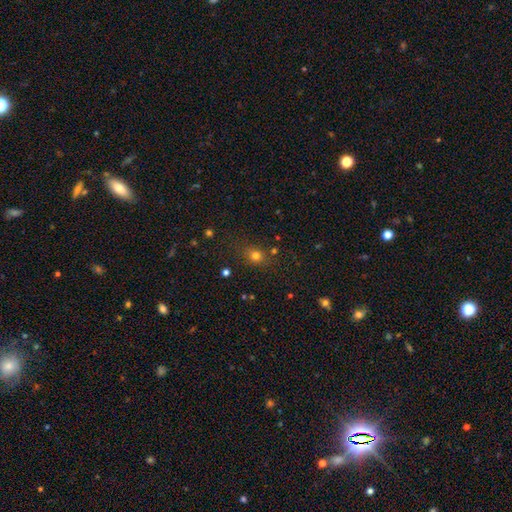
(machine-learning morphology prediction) A smooth galaxy with no disk features (73%) that is round (68%). Merging: none (78%).